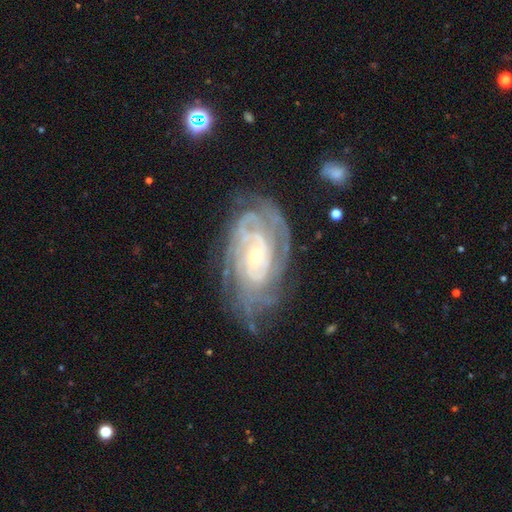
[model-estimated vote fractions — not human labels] smooth_or_featured: featured or disk (p=0.88) [alt: smooth p=0.06]
disk_edge_on: no (p=0.95) [alt: yes p=0.05]
bar: no (p=0.66) [alt: weak p=0.25]
has_spiral_arms: yes (p=0.96) [alt: no p=0.04]
spiral_winding: tight (p=0.77) [alt: medium p=0.20]
spiral_arm_count: can't tell (p=0.33) [alt: 4 p=0.18]
bulge_size: small (p=0.69) [alt: moderate p=0.27]
merging: none (p=0.70) [alt: minor disturbance p=0.20]